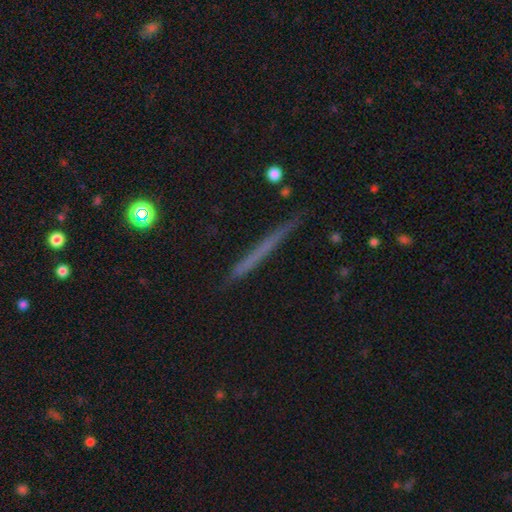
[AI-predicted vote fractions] Overall: smooth (46%; featured or disk 43%). Merging: none (89%).